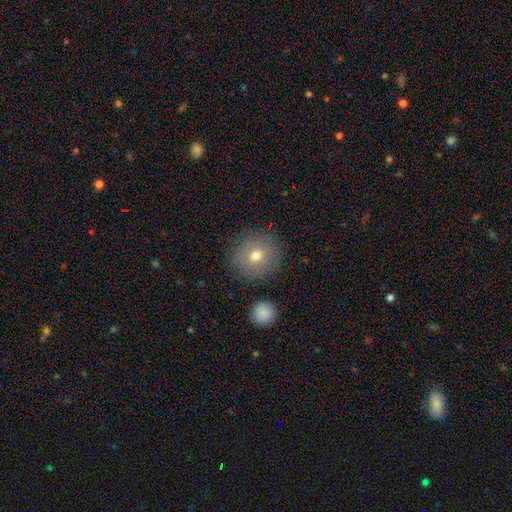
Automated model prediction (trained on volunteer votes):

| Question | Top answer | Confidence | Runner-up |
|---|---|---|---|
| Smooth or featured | smooth | 72% | featured or disk (16%) |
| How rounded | round | 91% | in between (8%) |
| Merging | none | 87% | minor disturbance (8%) |